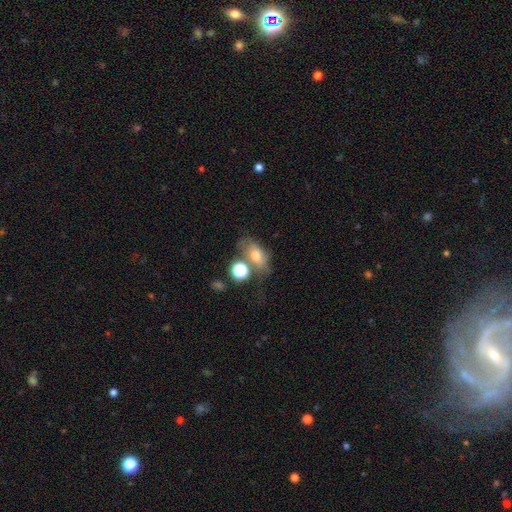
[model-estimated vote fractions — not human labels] A smooth galaxy with no disk features (66%) that is in between round and cigar-shaped (76%).

Vote fractions:
- Smooth or featured? smooth: 66% / featured or disk: 21% / star or artifact: 13%
- How rounded? in between: 76% / round: 19% / cigar-shaped: 4%
- Merging? none: 47% / merger: 22% / minor disturbance: 19% / major disturbance: 12%